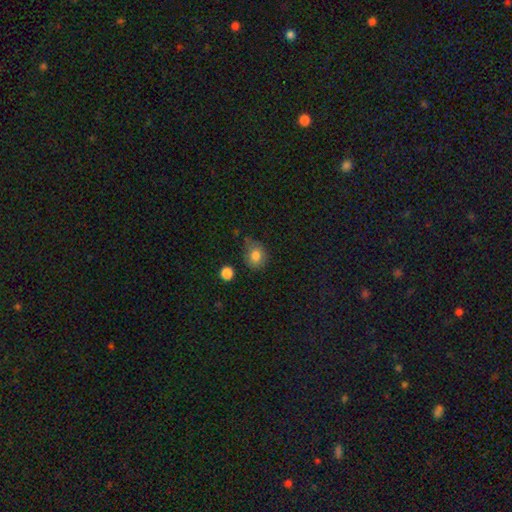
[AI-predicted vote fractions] Overall: smooth (81%). How rounded: round (63%; in between 36%). Merging: none (63%; minor disturbance 26%).